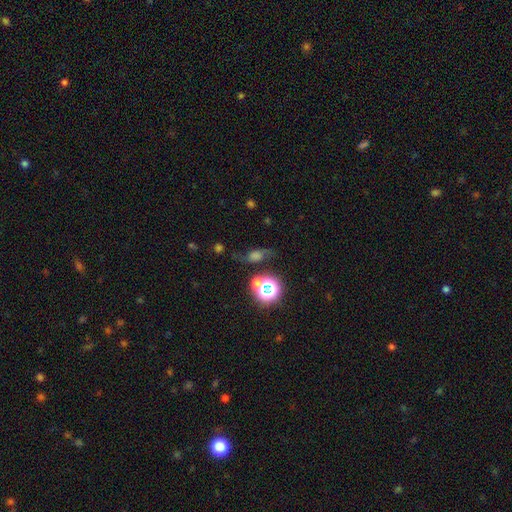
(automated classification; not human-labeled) A star or artifact, not a galaxy (35%).

Vote fractions:
- Smooth or featured? star or artifact: 35% / smooth: 33% / featured or disk: 32%